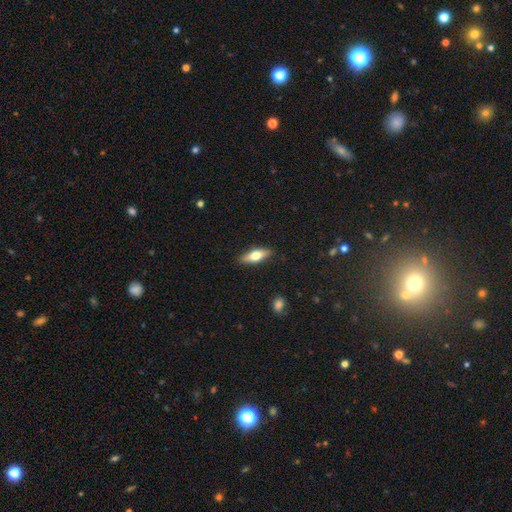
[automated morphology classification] Overall: smooth (60%; featured or disk 34%). How rounded: in between (60%; cigar-shaped 37%). Merging: none (88%).